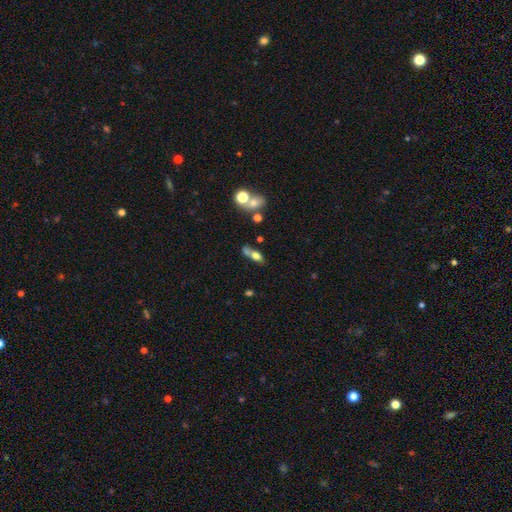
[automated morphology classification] smooth_or_featured: smooth (p=0.64) [alt: featured or disk p=0.25]
how_rounded: in between (p=0.68) [alt: cigar-shaped p=0.19]
merging: none (p=0.39) [alt: merger p=0.33]